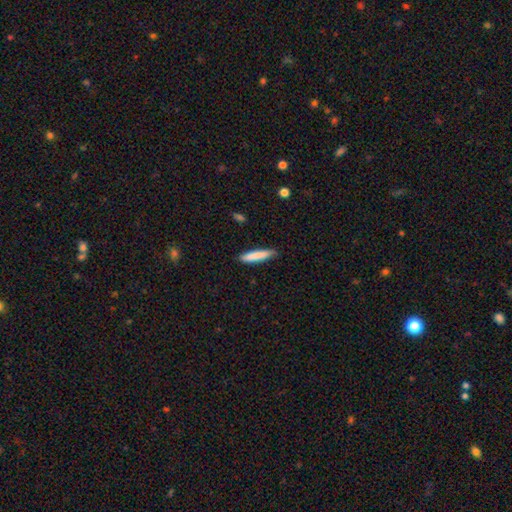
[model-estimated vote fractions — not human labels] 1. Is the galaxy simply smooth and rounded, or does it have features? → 83% smooth, 11% featured or disk, 6% star or artifact.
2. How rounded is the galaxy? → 88% cigar-shaped, 11% in between, 1% round.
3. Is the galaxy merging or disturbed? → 83% none, 13% minor disturbance, 2% major disturbance, 1% merger.